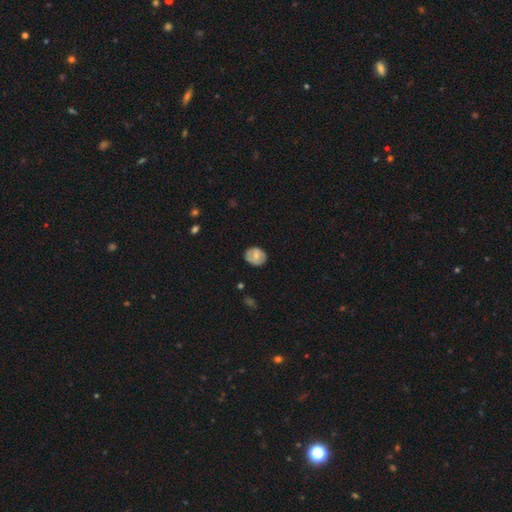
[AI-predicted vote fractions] Smooth or featured? smooth (58%)
How rounded? round (56%)
Merging? none (80%)